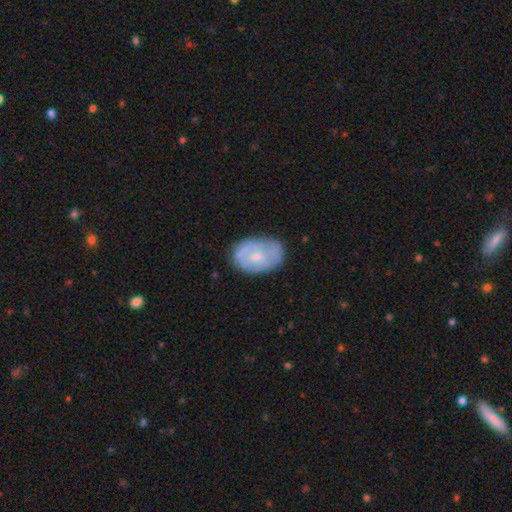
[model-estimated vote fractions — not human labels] A featured or disk galaxy (54%) with no bar (70%), spiral arms (53%) and a small central bulge (49%).

Vote fractions:
- Smooth or featured? featured or disk: 54% / smooth: 40% / star or artifact: 7%
- Edge-on disk? no: 96% / yes: 4%
- Bar? no: 70% / weak: 26% / strong: 4%
- Spiral arms? yes: 53% / no: 47%
- Bulge size? small: 49% / moderate: 41% / none: 7% / large: 2% / dominant: 1%
- Merging? none: 63% / minor disturbance: 26% / major disturbance: 9% / merger: 2%